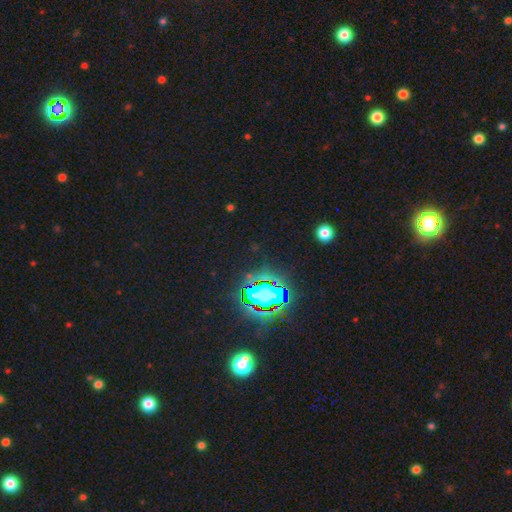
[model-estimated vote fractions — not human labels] Smooth or featured: star or artifact — 82% (smooth — 12%)